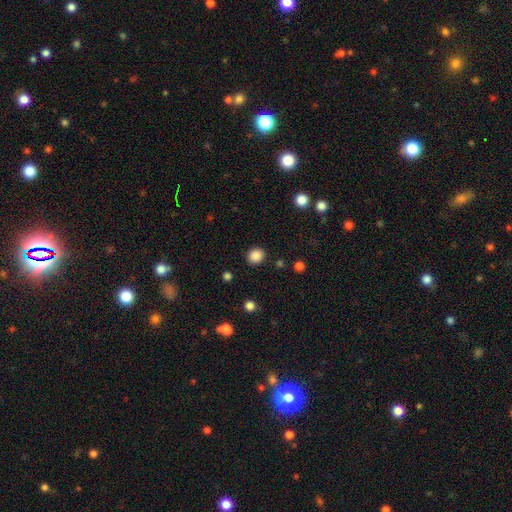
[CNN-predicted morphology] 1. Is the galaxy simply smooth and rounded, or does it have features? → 87% smooth, 10% star or artifact, 3% featured or disk.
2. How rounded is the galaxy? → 80% round, 19% in between, 1% cigar-shaped.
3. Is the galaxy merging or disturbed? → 89% none, 7% minor disturbance, 2% major disturbance, 1% merger.